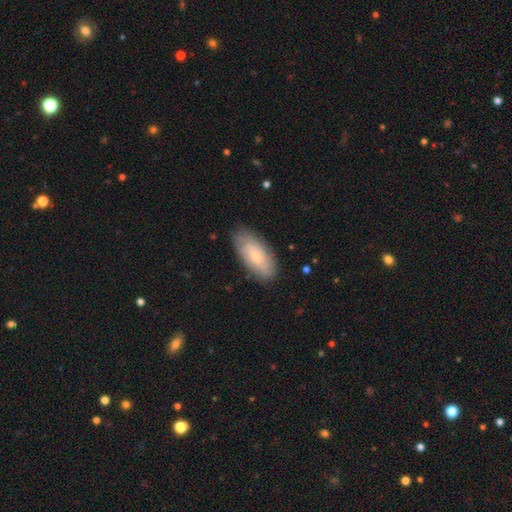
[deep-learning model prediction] Q: Smooth or featured?
A: smooth (51%); runner-up: featured or disk (43%)
Q: How rounded?
A: in between (86%); runner-up: cigar-shaped (11%)
Q: Merging?
A: none (81%); runner-up: minor disturbance (15%)